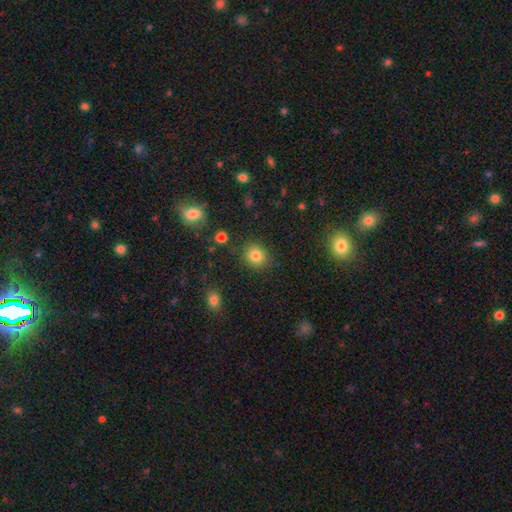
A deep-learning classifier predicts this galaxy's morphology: A smooth galaxy with no disk features (81%) that is round (77%).

Vote fractions:
- Smooth or featured? smooth: 81% / star or artifact: 12% / featured or disk: 6%
- How rounded? round: 77% / in between: 22% / cigar-shaped: 1%
- Merging? none: 85% / minor disturbance: 9% / major disturbance: 3% / merger: 2%